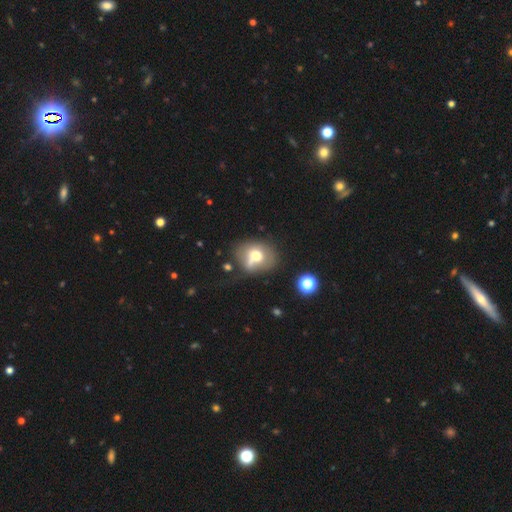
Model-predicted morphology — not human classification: A smooth galaxy with no disk features (61%) that is round (55%).

Vote fractions:
- Smooth or featured? smooth: 61% / featured or disk: 27% / star or artifact: 11%
- How rounded? round: 55% / in between: 44% / cigar-shaped: 1%
- Merging? none: 42% / minor disturbance: 24% / merger: 18% / major disturbance: 16%